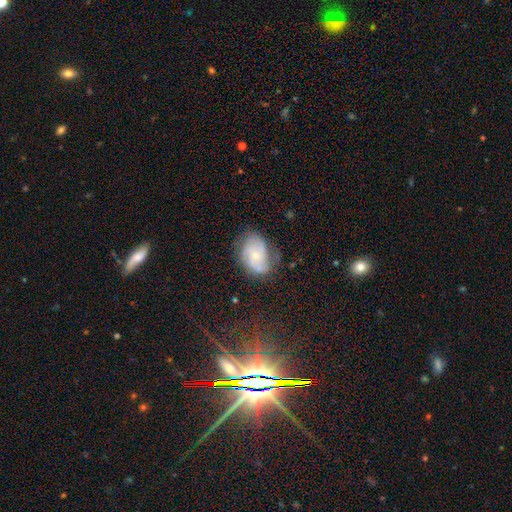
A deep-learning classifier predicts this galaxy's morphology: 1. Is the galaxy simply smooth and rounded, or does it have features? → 65% featured or disk, 27% smooth, 8% star or artifact.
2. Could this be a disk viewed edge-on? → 97% no, 3% yes.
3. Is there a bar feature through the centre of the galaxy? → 68% no, 28% weak, 4% strong.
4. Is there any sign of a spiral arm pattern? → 89% yes, 11% no.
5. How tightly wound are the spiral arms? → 44% medium, 34% tight, 22% loose.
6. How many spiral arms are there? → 48% 2, 23% can't tell, 18% 3, 4% 1, 4% 4, 3% more than 4.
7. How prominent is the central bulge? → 62% small, 32% moderate, 4% none, 2% large, 1% dominant.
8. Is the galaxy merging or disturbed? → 61% none, 26% minor disturbance, 11% major disturbance, 2% merger.